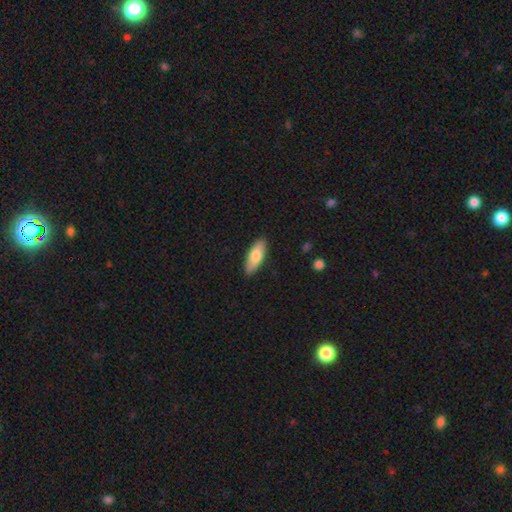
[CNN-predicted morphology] Smooth or featured? smooth (75%)
How rounded? in between (71%)
Merging? none (89%)